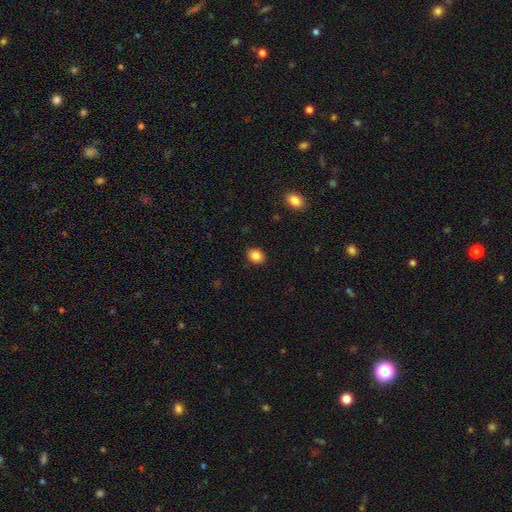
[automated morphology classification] Smooth or featured? Predicted: smooth (p=0.86). How rounded? Predicted: in between (p=0.53). Merging? Predicted: none (p=0.88).